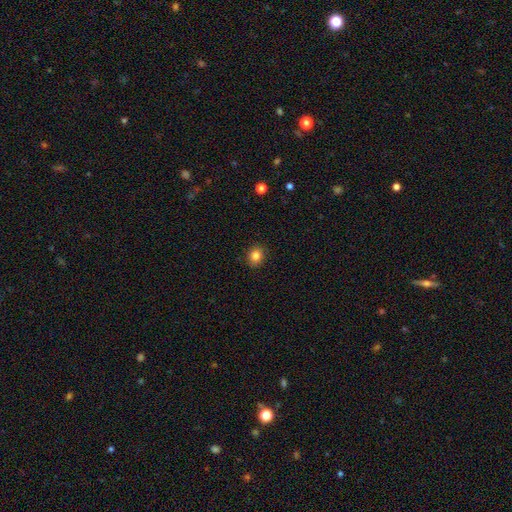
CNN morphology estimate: A smooth galaxy with no disk features (84%) that is round (67%).

Vote fractions:
- Smooth or featured? smooth: 84% / star or artifact: 11% / featured or disk: 5%
- How rounded? round: 67% / in between: 33% / cigar-shaped: 1%
- Merging? none: 90% / minor disturbance: 7% / major disturbance: 2% / merger: 1%